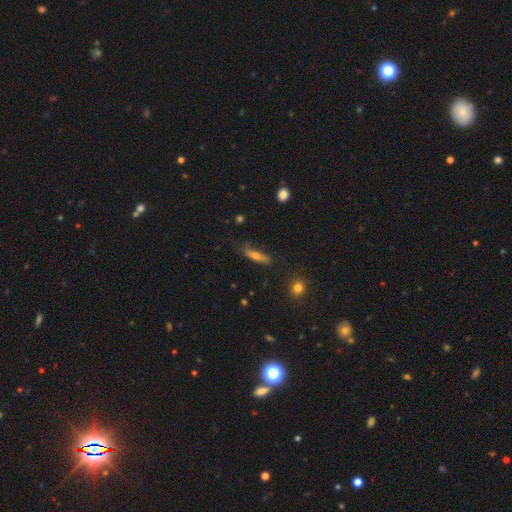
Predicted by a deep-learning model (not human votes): A smooth galaxy with no disk features (58%) that is cigar-shaped (75%).

Vote fractions:
- Smooth or featured? smooth: 58% / featured or disk: 33% / star or artifact: 9%
- How rounded? cigar-shaped: 75% / in between: 22% / round: 3%
- Merging? none: 63% / minor disturbance: 26% / major disturbance: 9% / merger: 2%